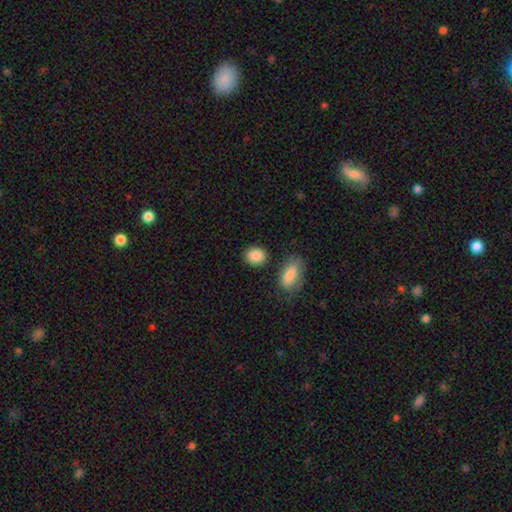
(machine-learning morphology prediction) Smooth or featured? smooth (89%)
How rounded? round (53%)
Merging? none (80%)